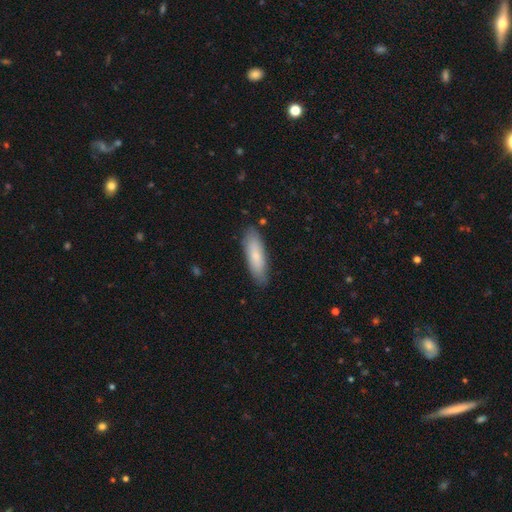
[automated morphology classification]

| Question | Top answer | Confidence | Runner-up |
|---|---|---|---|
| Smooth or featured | smooth | 79% | featured or disk (16%) |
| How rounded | cigar-shaped | 56% | in between (43%) |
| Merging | none | 83% | minor disturbance (13%) |